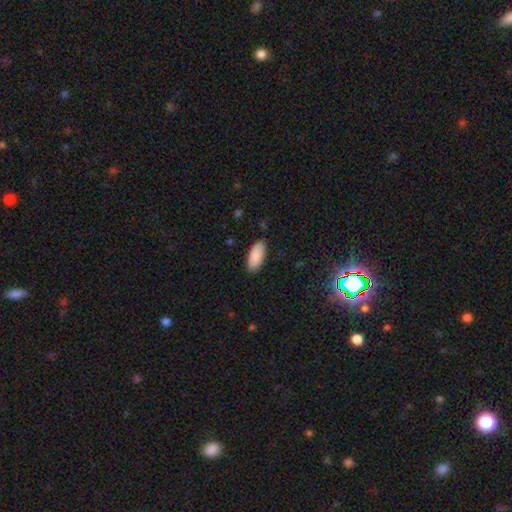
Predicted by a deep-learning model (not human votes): This is clearly a smooth galaxy (90%). How rounded: clearly in between (88%). Merging: clearly none (88%).